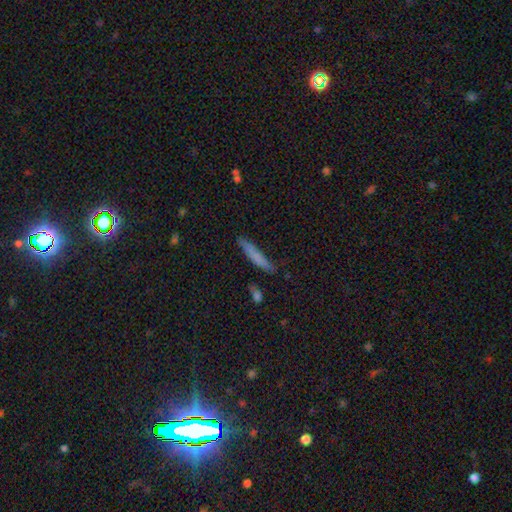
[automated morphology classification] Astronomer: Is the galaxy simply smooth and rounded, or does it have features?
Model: smooth — 71%.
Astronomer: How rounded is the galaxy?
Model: cigar-shaped — 93%.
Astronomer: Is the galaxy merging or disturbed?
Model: none — 78%.